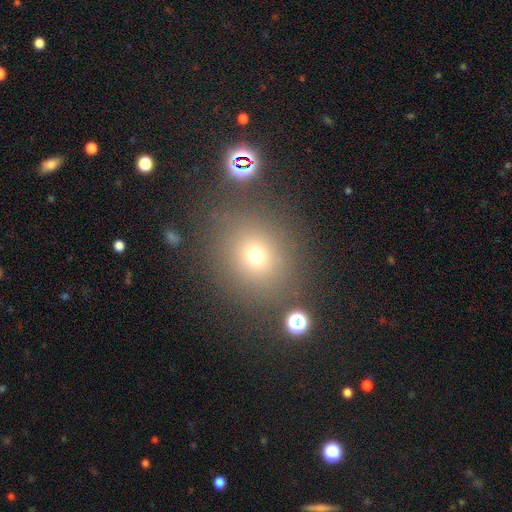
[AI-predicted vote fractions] Smooth or featured?
  - smooth: 67% *
  - star or artifact: 22%
  - featured or disk: 11%
How rounded?
  - round: 82% *
  - in between: 17%
  - cigar-shaped: 1%
Merging?
  - none: 83% *
  - minor disturbance: 9%
  - major disturbance: 4%
  - merger: 4%